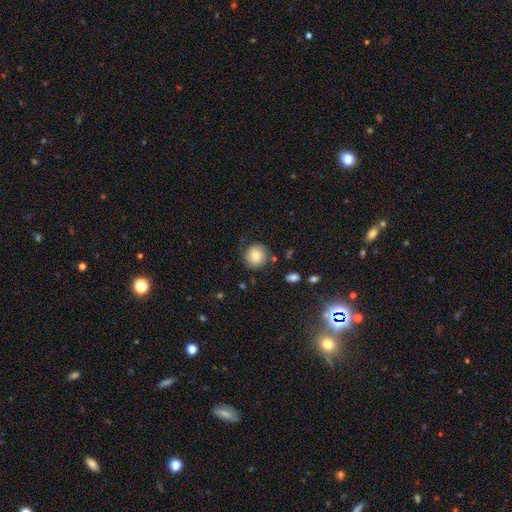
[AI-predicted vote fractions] Q: Smooth or featured?
A: smooth (81%); runner-up: featured or disk (11%)
Q: How rounded?
A: round (90%); runner-up: in between (9%)
Q: Merging?
A: none (79%); runner-up: minor disturbance (15%)